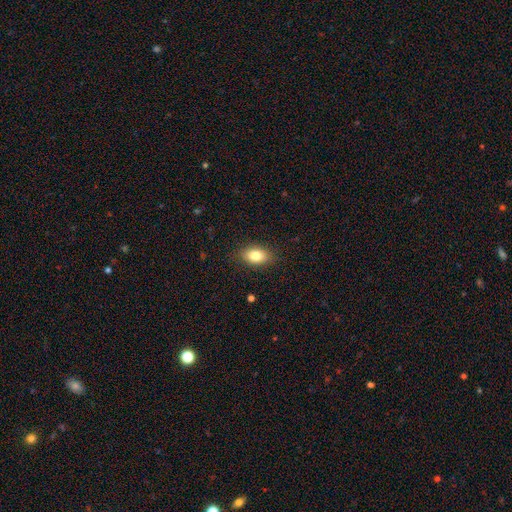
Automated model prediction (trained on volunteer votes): smooth_or_featured: smooth (p=0.82) [alt: featured or disk p=0.10]
how_rounded: in between (p=0.86) [alt: round p=0.12]
merging: none (p=0.87) [alt: minor disturbance p=0.10]